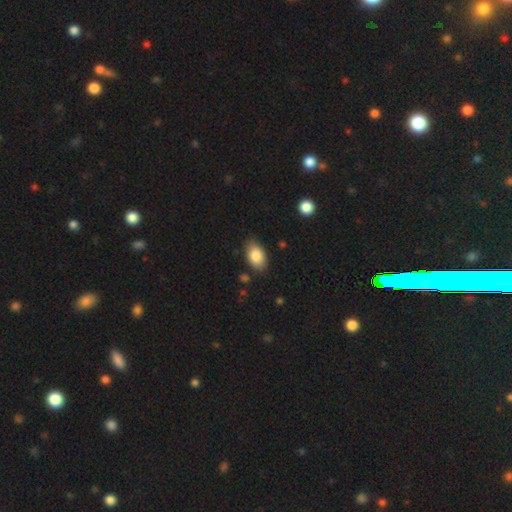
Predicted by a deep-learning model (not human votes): This appears to be a smooth galaxy with no disk features (85%) that is in between round and cigar-shaped (91%). Merging: none (82%).